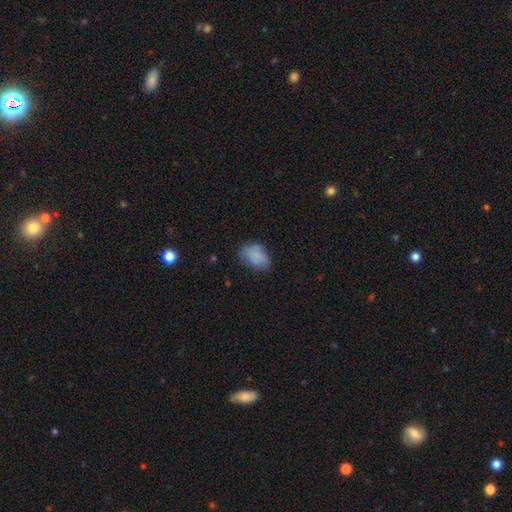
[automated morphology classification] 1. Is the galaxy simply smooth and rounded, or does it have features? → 79% smooth, 12% featured or disk, 9% star or artifact.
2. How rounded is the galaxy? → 86% in between, 13% round, 1% cigar-shaped.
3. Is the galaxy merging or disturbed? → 61% none, 28% minor disturbance, 10% major disturbance, 2% merger.